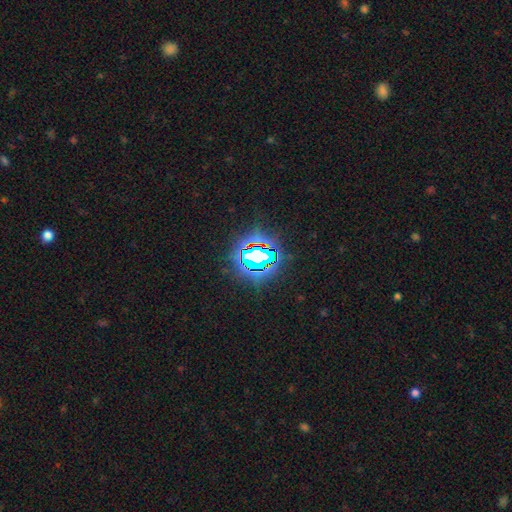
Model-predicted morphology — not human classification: Q: Smooth or featured?
A: star or artifact (72%); runner-up: smooth (15%)